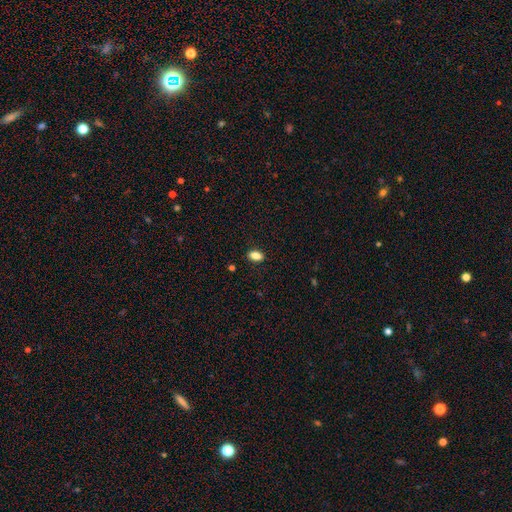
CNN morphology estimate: Smooth or featured? smooth (84%)
How rounded? in between (85%)
Merging? none (87%)